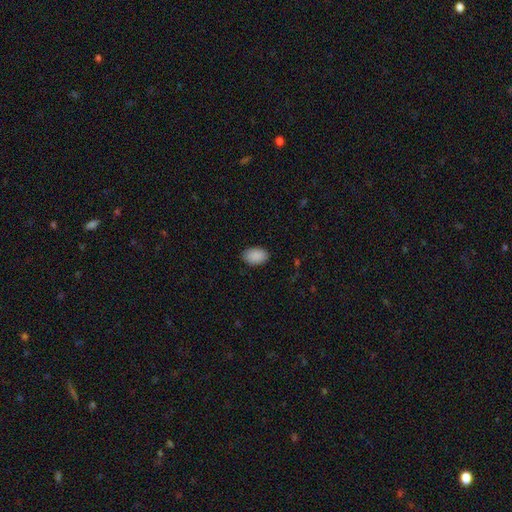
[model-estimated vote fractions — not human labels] Smooth or featured?
  - smooth: 91% *
  - star or artifact: 7%
  - featured or disk: 3%
How rounded?
  - in between: 90% *
  - round: 8%
  - cigar-shaped: 1%
Merging?
  - none: 87% *
  - minor disturbance: 10%
  - major disturbance: 2%
  - merger: 1%